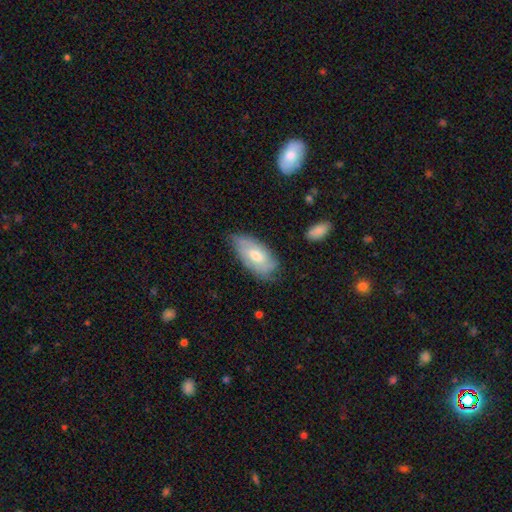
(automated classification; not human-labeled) smooth_or_featured: smooth (p=0.49) [alt: featured or disk p=0.44]
merging: none (p=0.63) [alt: minor disturbance p=0.29]